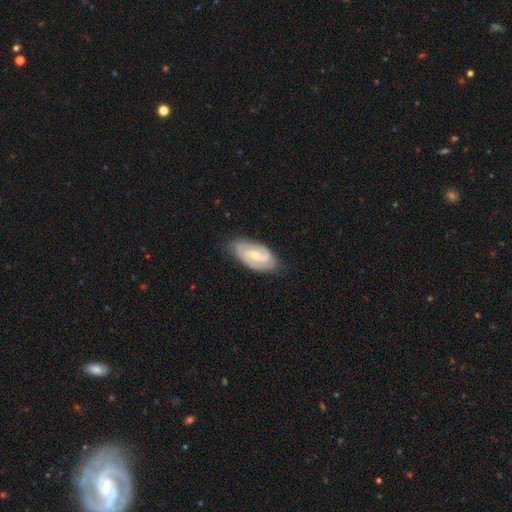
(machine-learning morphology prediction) The model was most divided on "spiral winding": tight: 47%, medium: 42%, loose: 11%. Remaining: edge-on disk — no (96%); spiral arms — yes (95%); merging — none (79%); smooth or featured — featured or disk (79%); spiral arm count — 2 (76%); bar — weak (50%); bulge size — small (50%).